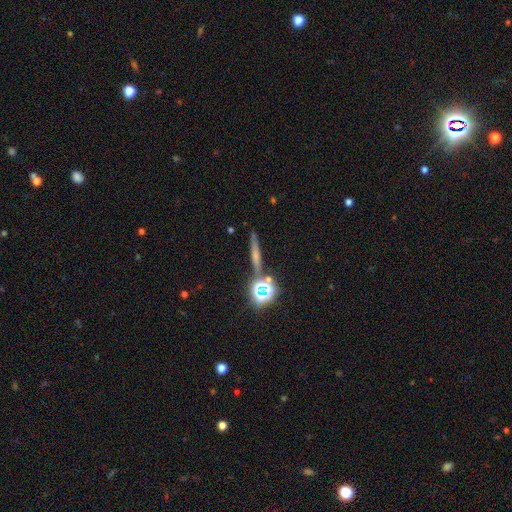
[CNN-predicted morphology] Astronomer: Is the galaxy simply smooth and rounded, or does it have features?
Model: smooth — 43% (runner-up: featured or disk, 34%).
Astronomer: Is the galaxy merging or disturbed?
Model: none — 82%.